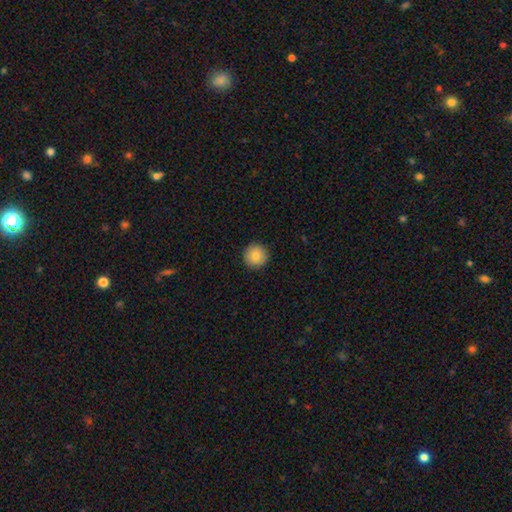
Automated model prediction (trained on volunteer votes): A smooth galaxy with no disk features (84%) that is round (96%).

Vote fractions:
- Smooth or featured? smooth: 84% / star or artifact: 8% / featured or disk: 7%
- How rounded? round: 96% / in between: 3% / cigar-shaped: 1%
- Merging? none: 92% / minor disturbance: 5% / major disturbance: 2% / merger: 1%